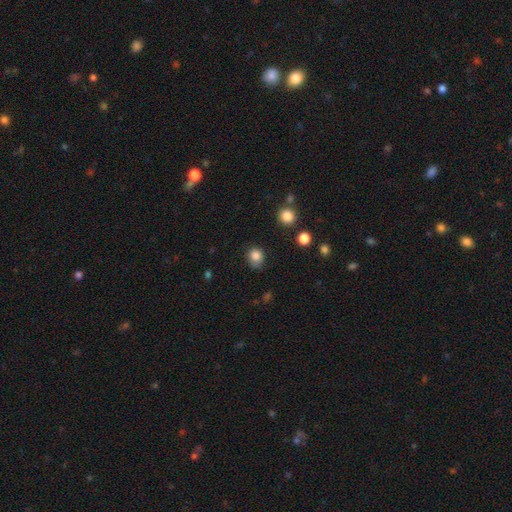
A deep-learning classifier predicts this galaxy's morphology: This appears to be a smooth galaxy with no disk features (84%) that is round (77%). Merging: none (73%).